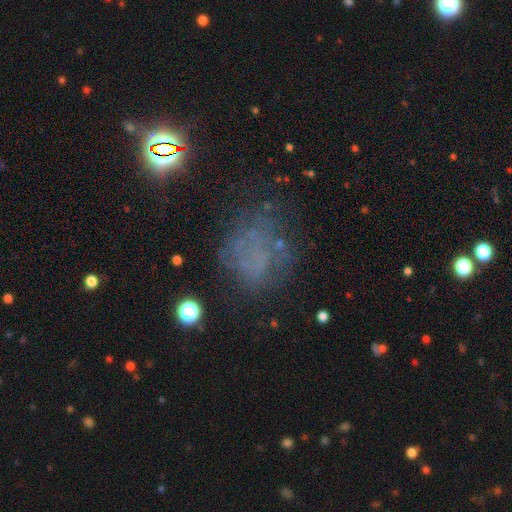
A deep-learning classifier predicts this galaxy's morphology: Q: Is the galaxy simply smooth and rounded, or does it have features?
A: star or artifact — 37%.